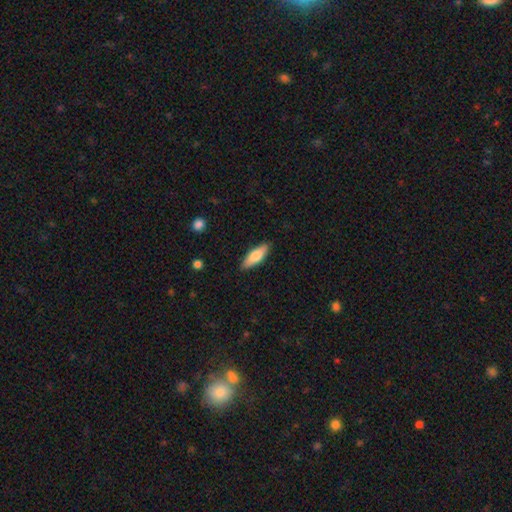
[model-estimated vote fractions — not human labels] Morphology: type=smooth (73%); roundness=in between (53%); merging=none (88%).